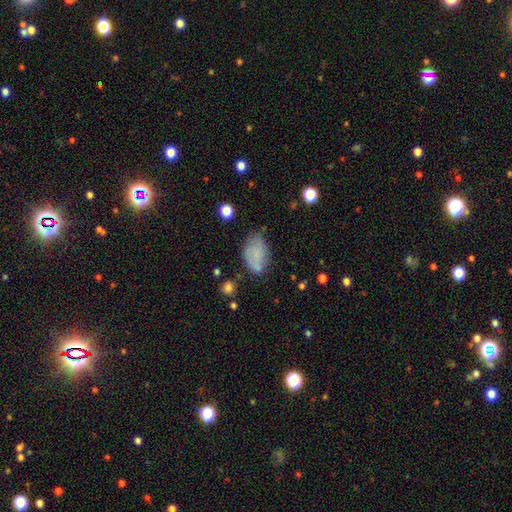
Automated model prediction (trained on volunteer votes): This appears to be a smooth galaxy with no disk features (72%) that is in between round and cigar-shaped (91%). Merging: none (60%).